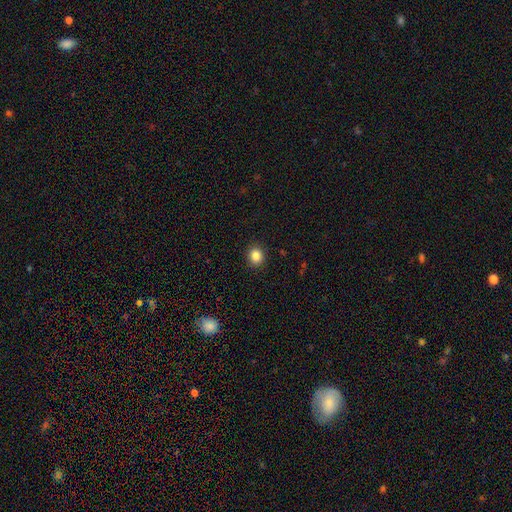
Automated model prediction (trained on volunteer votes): Q: Smooth or featured?
A: smooth (85%); runner-up: star or artifact (10%)
Q: How rounded?
A: round (73%); runner-up: in between (27%)
Q: Merging?
A: none (91%); runner-up: minor disturbance (6%)